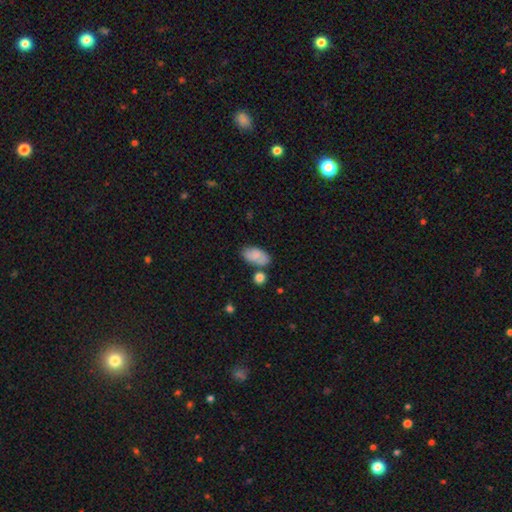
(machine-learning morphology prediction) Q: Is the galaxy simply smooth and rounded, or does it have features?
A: smooth — 76%.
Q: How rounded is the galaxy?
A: in between — 92%.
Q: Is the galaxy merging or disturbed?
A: none — 57%.